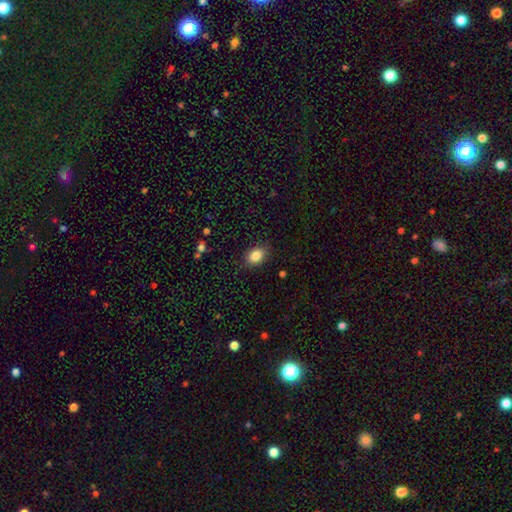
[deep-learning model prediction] Smooth or featured? smooth (86%)
How rounded? in between (77%)
Merging? none (85%)